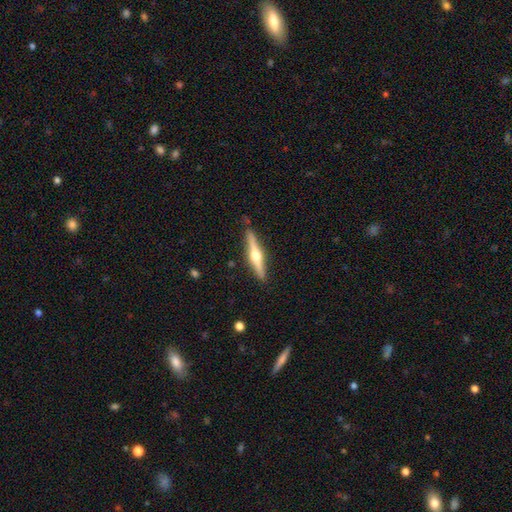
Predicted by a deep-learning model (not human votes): Smooth or featured? featured or disk (71%)
Edge-on disk? yes (97%)
Edge-on bulge? rounded (95%)
Merging? none (88%)